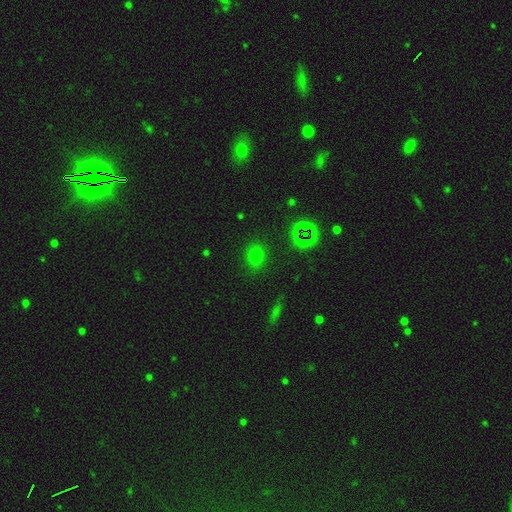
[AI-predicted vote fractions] Q: Smooth or featured?
A: smooth (64%); runner-up: star or artifact (29%)
Q: How rounded?
A: round (59%); runner-up: in between (39%)
Q: Merging?
A: none (78%); runner-up: minor disturbance (12%)